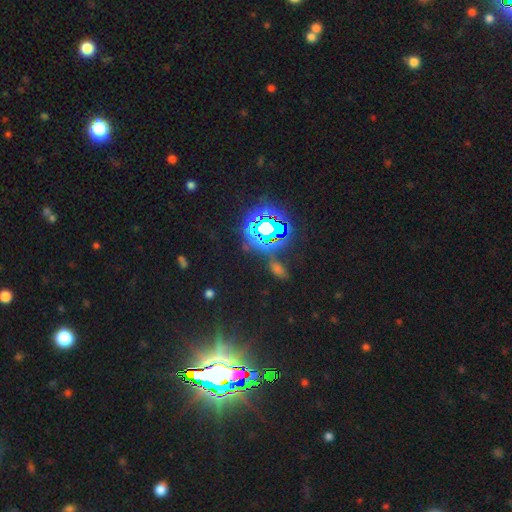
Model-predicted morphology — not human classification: type=star or artifact (84%).